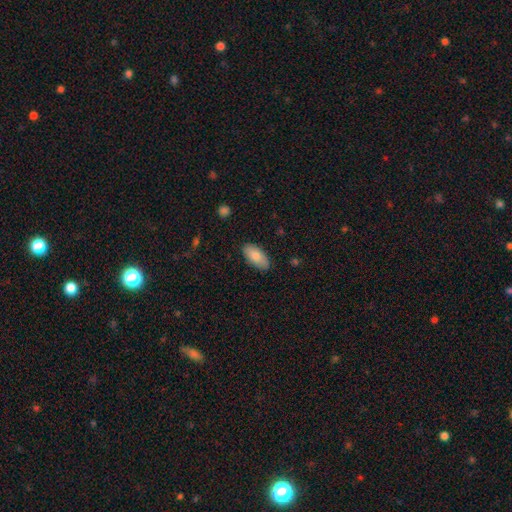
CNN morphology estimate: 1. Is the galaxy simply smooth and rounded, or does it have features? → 83% smooth, 11% featured or disk, 6% star or artifact.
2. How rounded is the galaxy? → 93% in between, 5% cigar-shaped, 2% round.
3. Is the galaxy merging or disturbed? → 86% none, 11% minor disturbance, 2% major disturbance, 1% merger.